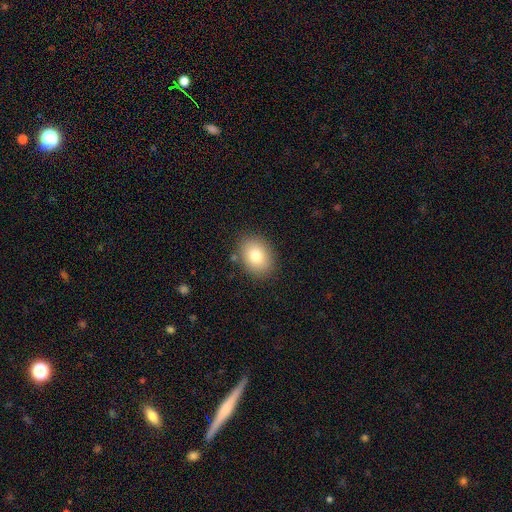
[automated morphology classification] Overall: smooth (81%). How rounded: in between (62%; round 37%). Merging: none (86%).